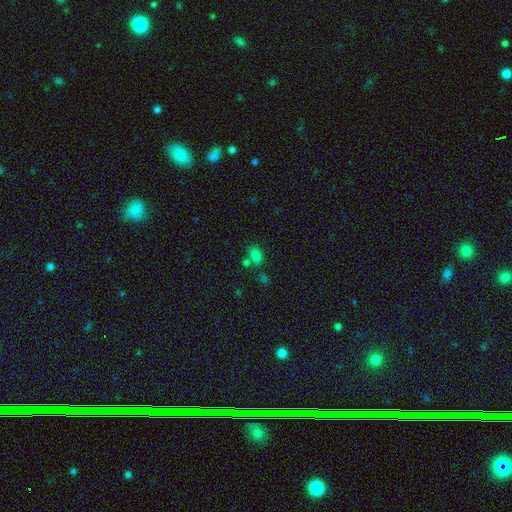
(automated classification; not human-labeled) smooth 74%, star or artifact 18%, featured or disk 8%. Down the decision tree: how rounded — in between (73%); merging — none (61%).